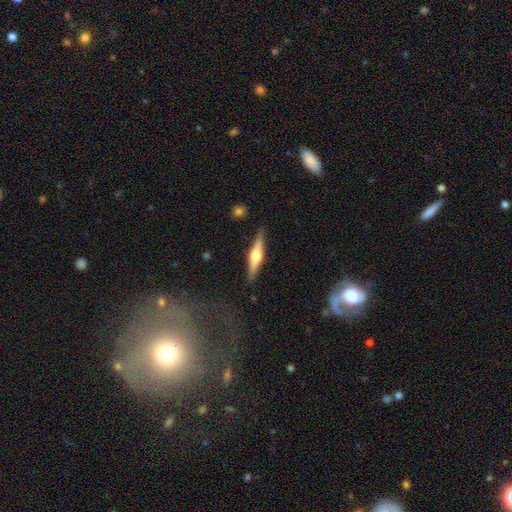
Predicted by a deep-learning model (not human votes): A featured or disk galaxy (67%) viewed edge-on (97%) with a rounded central bulge (93%).

Vote fractions:
- Smooth or featured? featured or disk: 67% / smooth: 28% / star or artifact: 5%
- Edge-on disk? yes: 97% / no: 3%
- Edge-on bulge? rounded: 93% / boxy: 5% / none: 2%
- Merging? none: 89% / minor disturbance: 8% / major disturbance: 2% / merger: 1%